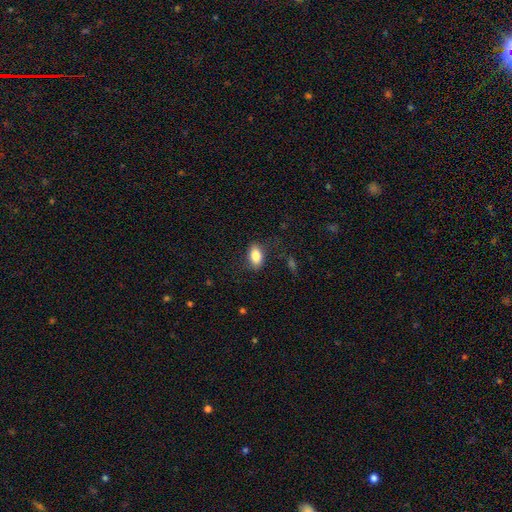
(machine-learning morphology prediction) type=smooth (84%); roundness=in between (90%); merging=none (82%).